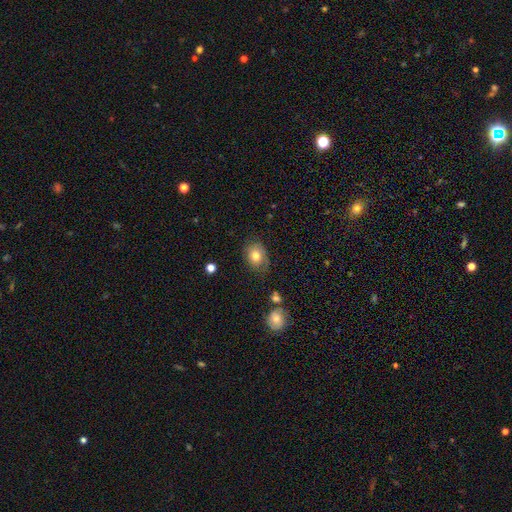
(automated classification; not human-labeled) Morphology: type=smooth (72%); roundness=in between (55%); merging=none (67%).